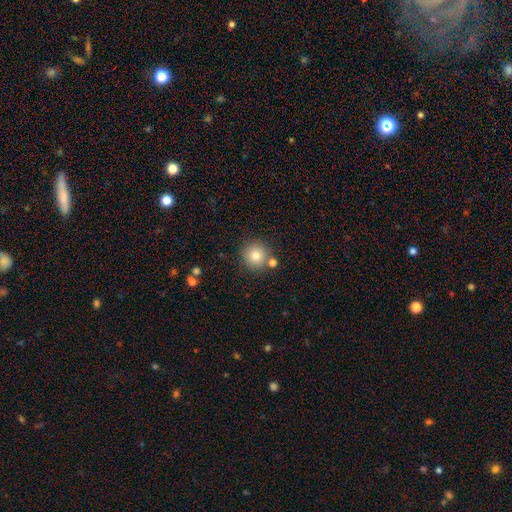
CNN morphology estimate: Overall: smooth (80%). How rounded: round (94%). Merging: none (78%).